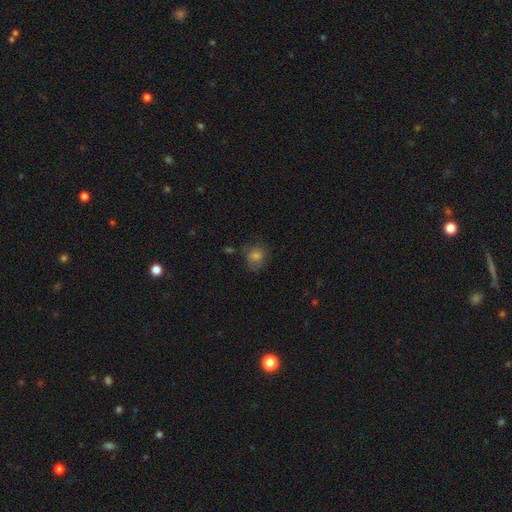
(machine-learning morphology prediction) type=smooth (67%); roundness=round (75%); merging=none (71%).